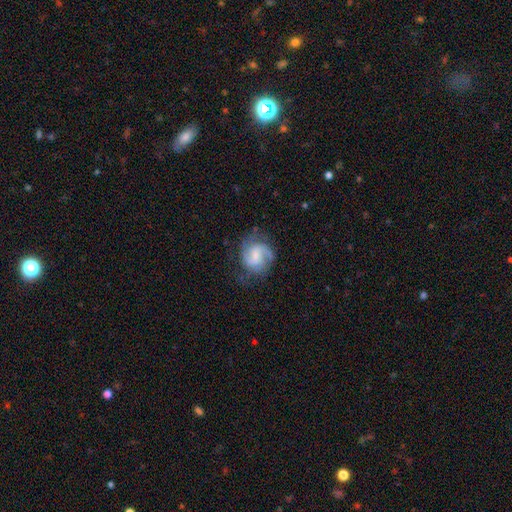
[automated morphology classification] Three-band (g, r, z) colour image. It shows a featured or disk galaxy (77%) with a weak bar (54%), 2 (70%) medium (50%) spiral arms (95%) and a small central bulge (50%). Merging: none (66%).